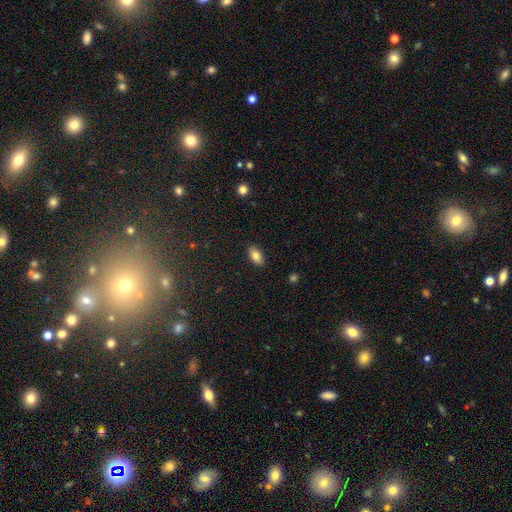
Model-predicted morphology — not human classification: This is clearly a smooth galaxy (82%). How rounded: clearly in between (92%). Merging: clearly none (88%).